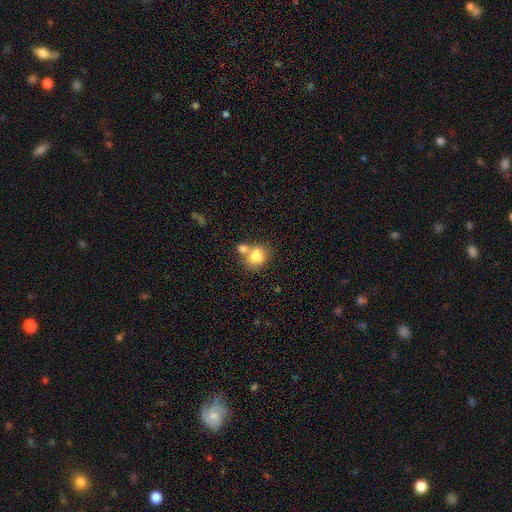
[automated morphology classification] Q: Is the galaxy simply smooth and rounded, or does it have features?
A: smooth — 75%.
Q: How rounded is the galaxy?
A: round — 50%.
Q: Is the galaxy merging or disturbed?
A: merger — 46%.